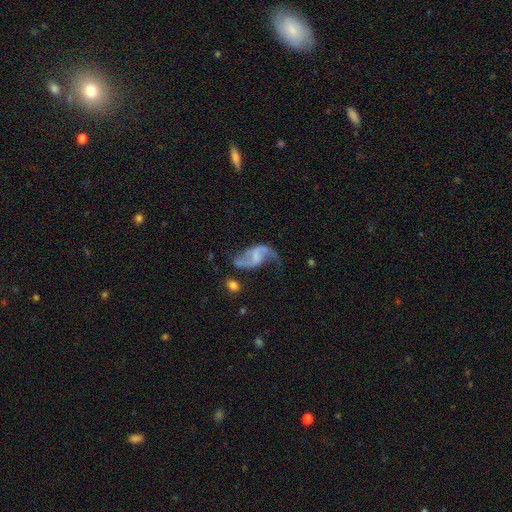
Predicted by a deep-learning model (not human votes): Smooth or featured?
  - featured or disk: 84% *
  - smooth: 9%
  - star or artifact: 7%
Edge-on disk?
  - no: 97% *
  - yes: 3%
Bar?
  - weak: 48% *
  - no: 31%
  - strong: 20%
Spiral arms?
  - yes: 93% *
  - no: 7%
Spiral winding?
  - loose: 76% *
  - medium: 20%
  - tight: 5%
Spiral arm count?
  - 2: 90% *
  - 1: 4%
  - can't tell: 3%
  - 3: 1%
  - 4: 1%
  - more than 4: 1%
Bulge size?
  - none: 51% *
  - small: 28%
  - moderate: 16%
  - large: 4%
  - dominant: 1%
Merging?
  - none: 51% *
  - major disturbance: 22%
  - minor disturbance: 21%
  - merger: 6%